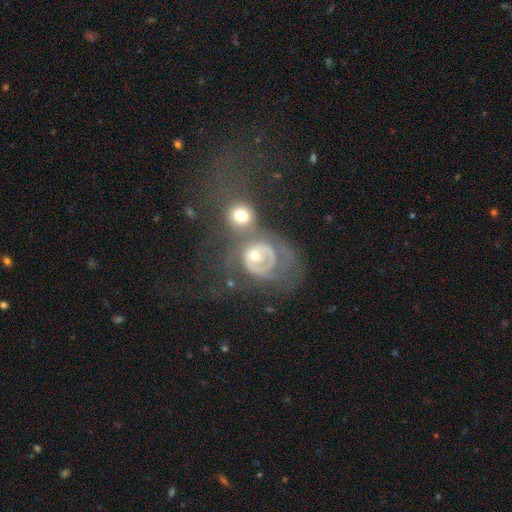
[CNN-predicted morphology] Smooth or featured: featured or disk — 62% (smooth — 28%)
Edge-on disk: no — 96% (yes — 4%)
Bar: no — 78% (weak — 17%)
Spiral arms: no — 53% (yes — 47%)
Bulge size: moderate — 59% (small — 31%)
Merging: merger — 34% (none — 28%)